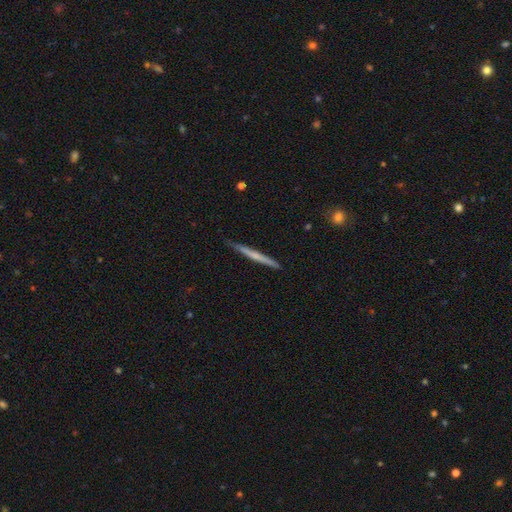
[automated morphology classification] type=featured or disk (49%); merging=none (88%).